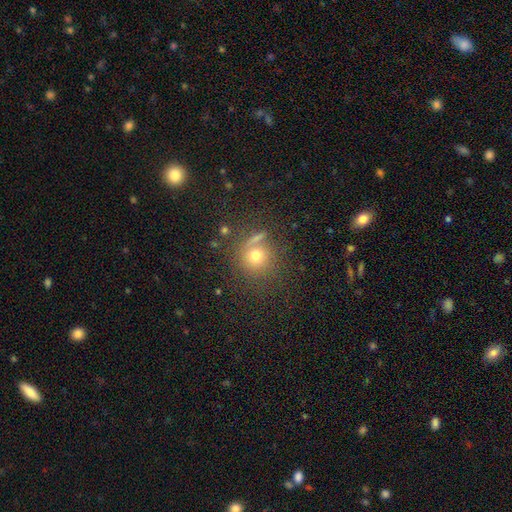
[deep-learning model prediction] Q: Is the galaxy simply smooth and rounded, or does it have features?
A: smooth — 71%.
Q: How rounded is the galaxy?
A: round — 90%.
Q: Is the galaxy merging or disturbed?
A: none — 69%.